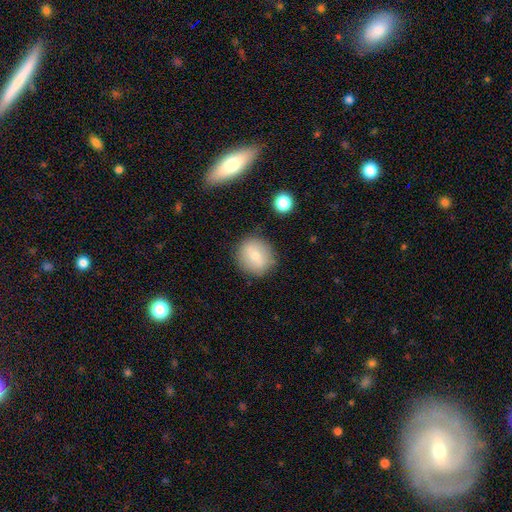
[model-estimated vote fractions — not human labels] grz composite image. It shows a smooth galaxy with no disk features (75%) that is round (84%). Merging: none (81%).